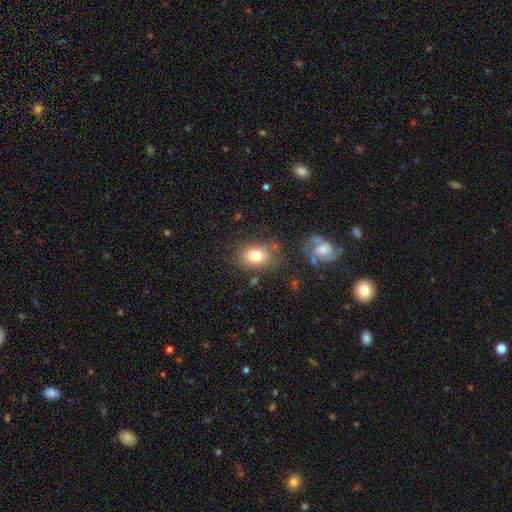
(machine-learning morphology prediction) Smooth or featured: smooth — 78% (featured or disk — 12%)
How rounded: in between — 66% (round — 33%)
Merging: none — 73% (minor disturbance — 16%)